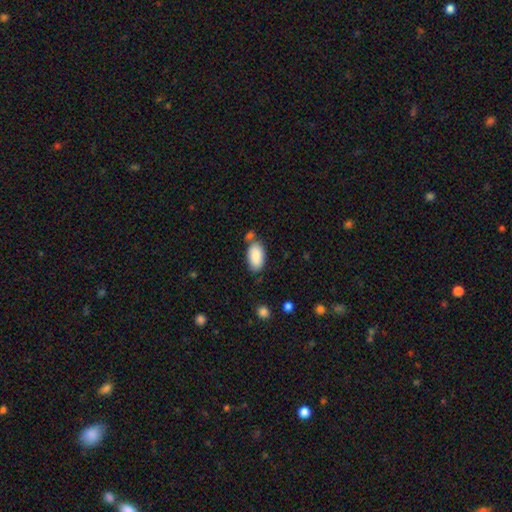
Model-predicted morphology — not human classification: Smooth or featured? Predicted: smooth (p=0.87). How rounded? Predicted: in between (p=0.95). Merging? Predicted: none (p=0.67).